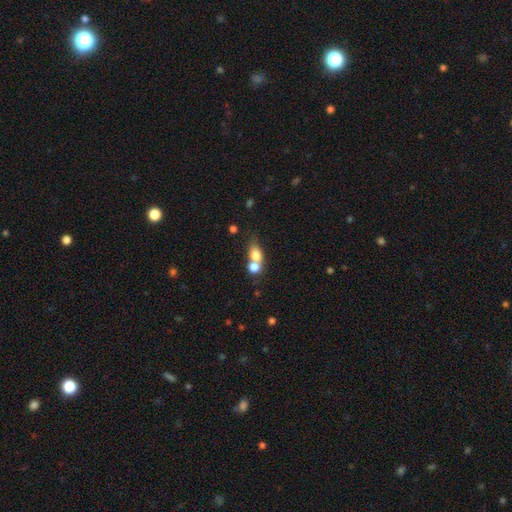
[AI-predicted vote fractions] smooth_or_featured: smooth (p=0.74) [alt: featured or disk p=0.16]
how_rounded: in between (p=0.54) [alt: round p=0.41]
merging: merger (p=0.55) [alt: none p=0.31]